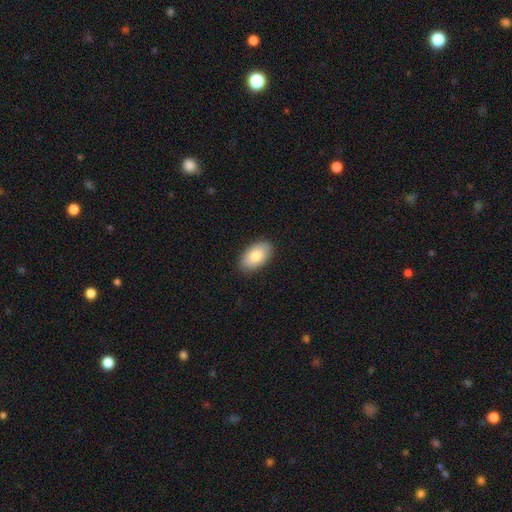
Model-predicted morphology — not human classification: Smooth or featured?
  - smooth: 83% *
  - featured or disk: 11%
  - star or artifact: 6%
How rounded?
  - in between: 94% *
  - round: 4%
  - cigar-shaped: 1%
Merging?
  - none: 88% *
  - minor disturbance: 9%
  - major disturbance: 2%
  - merger: 1%